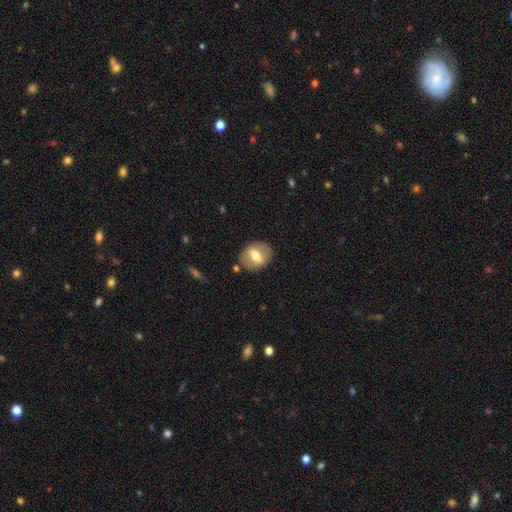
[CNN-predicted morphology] This is possibly a smooth galaxy (56%). How rounded: possibly in between (53%). Merging: clearly none (82%).